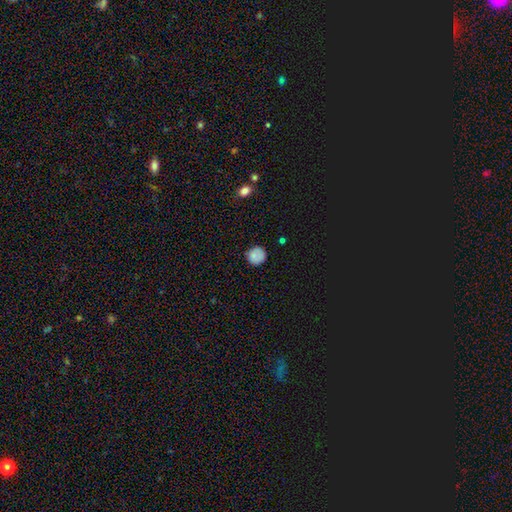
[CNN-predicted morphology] Smooth or featured: smooth — 83% (star or artifact — 10%)
How rounded: round — 91% (in between — 8%)
Merging: none — 82% (minor disturbance — 13%)